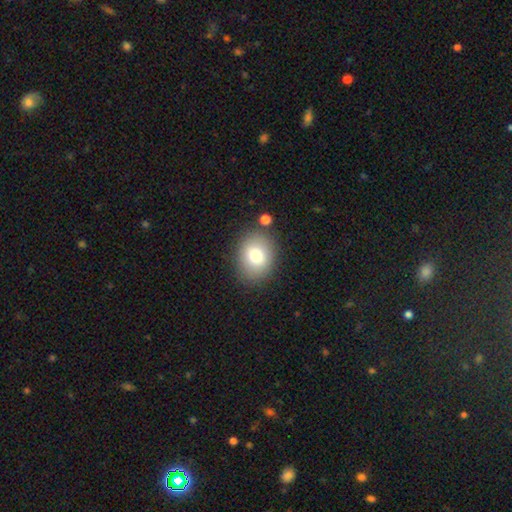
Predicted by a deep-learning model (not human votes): Morphology: type=smooth (80%); roundness=in between (56%); merging=none (83%).